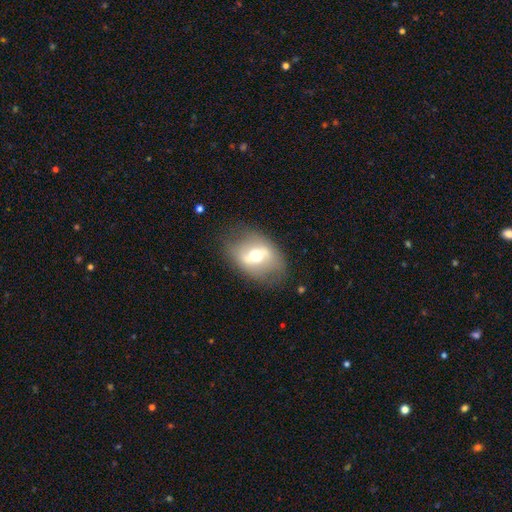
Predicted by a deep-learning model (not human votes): This appears to be a featured or disk galaxy (56%). Merging: none (73%).